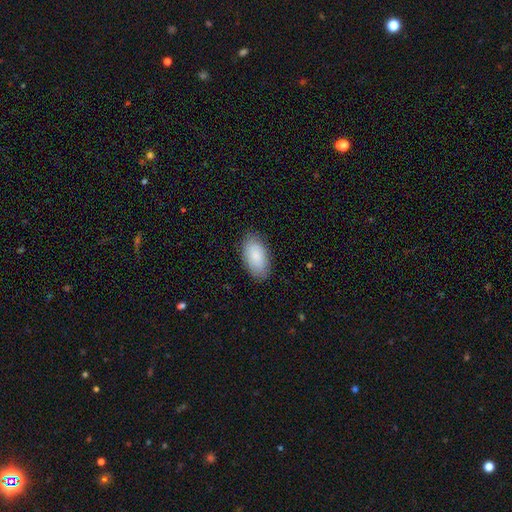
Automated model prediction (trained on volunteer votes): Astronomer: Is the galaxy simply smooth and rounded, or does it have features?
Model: smooth — 82%.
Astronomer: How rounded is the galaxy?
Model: in between — 95%.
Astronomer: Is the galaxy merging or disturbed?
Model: none — 83%.